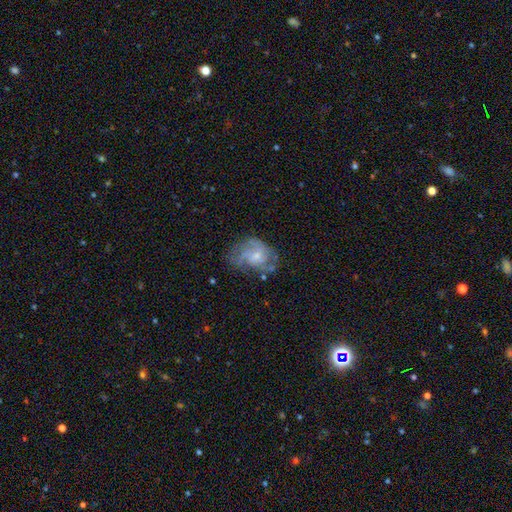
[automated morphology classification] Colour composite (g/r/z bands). It shows a featured or disk galaxy (68%) with no bar (69%), medium (46%) spiral arms (81%) and a small central bulge (63%). Merging: none (49%).